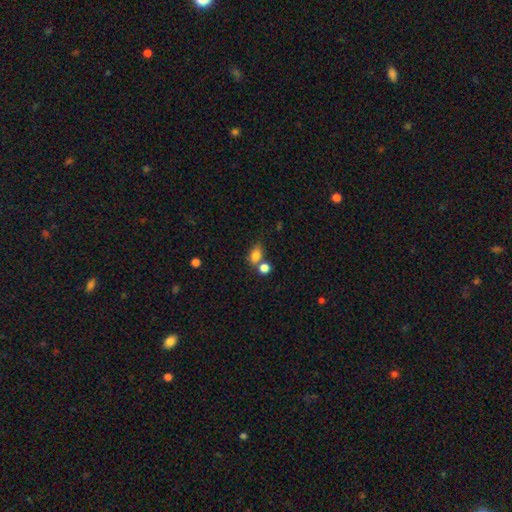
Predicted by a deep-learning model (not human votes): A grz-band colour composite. It shows a smooth galaxy with no disk features (81%) that is in between round and cigar-shaped (75%). Merging: none (46%).